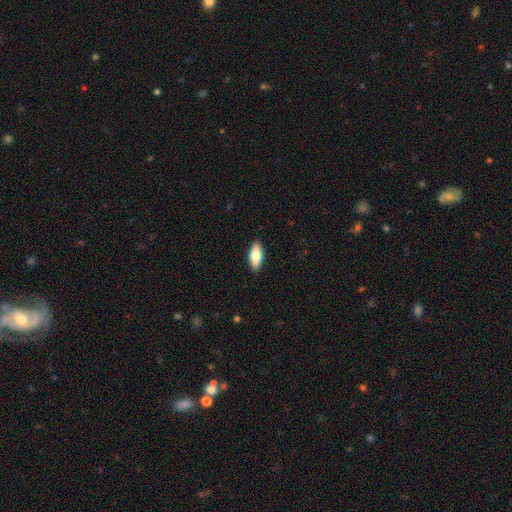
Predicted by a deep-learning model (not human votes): The model was most divided on "smooth or featured": smooth: 74%, featured or disk: 20%, star or artifact: 6%. More confident: merging — none (90%); how rounded — in between (81%).